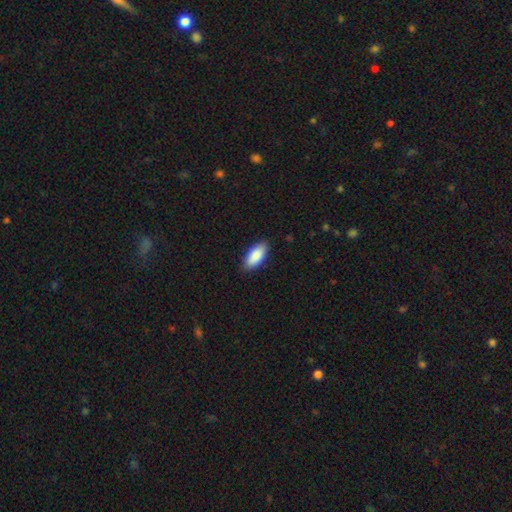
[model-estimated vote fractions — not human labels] smooth-or-featured: smooth: 89% | star or artifact: 5% | featured or disk: 5%
  how-rounded: in between: 90% | cigar-shaped: 9% | round: 2%
  merging: none: 87% | minor disturbance: 10% | major disturbance: 2% | merger: 1%